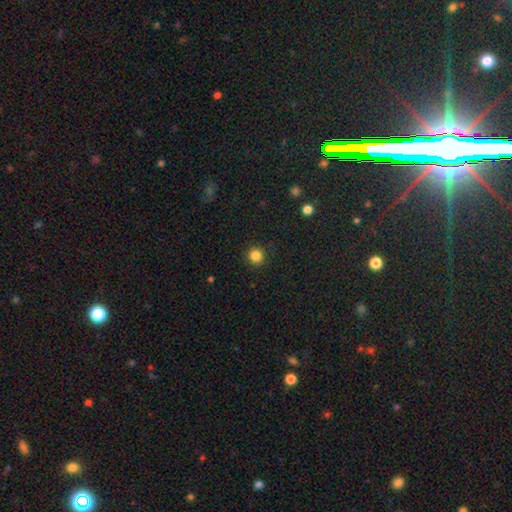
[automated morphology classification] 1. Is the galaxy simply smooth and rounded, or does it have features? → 84% smooth, 12% star or artifact, 4% featured or disk.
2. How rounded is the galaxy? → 94% round, 6% in between, 1% cigar-shaped.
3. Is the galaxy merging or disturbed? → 91% none, 6% minor disturbance, 2% major disturbance, 1% merger.